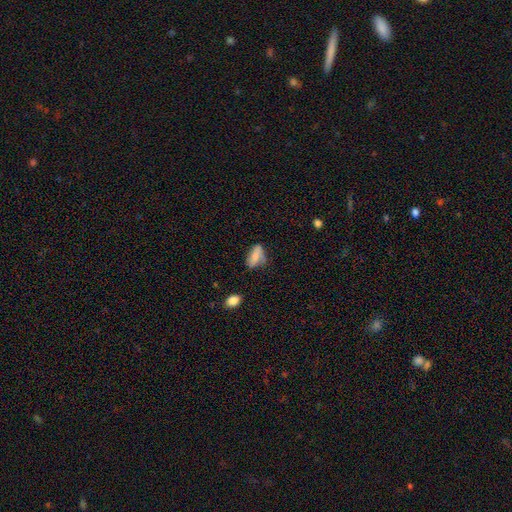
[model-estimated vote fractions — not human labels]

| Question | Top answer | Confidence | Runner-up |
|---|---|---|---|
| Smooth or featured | smooth | 73% | featured or disk (19%) |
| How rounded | in between | 84% | cigar-shaped (12%) |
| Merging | none | 49% | minor disturbance (34%) |